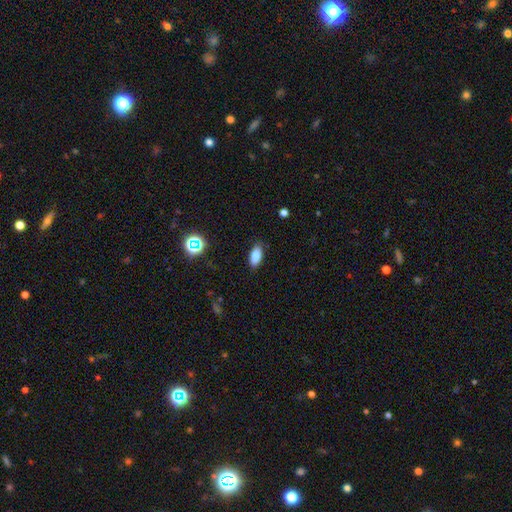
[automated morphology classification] A smooth galaxy with no disk features (82%) that is in between round and cigar-shaped (84%).

Vote fractions:
- Smooth or featured? smooth: 82% / star or artifact: 10% / featured or disk: 9%
- How rounded? in between: 84% / cigar-shaped: 13% / round: 3%
- Merging? none: 87% / minor disturbance: 10% / major disturbance: 2% / merger: 1%